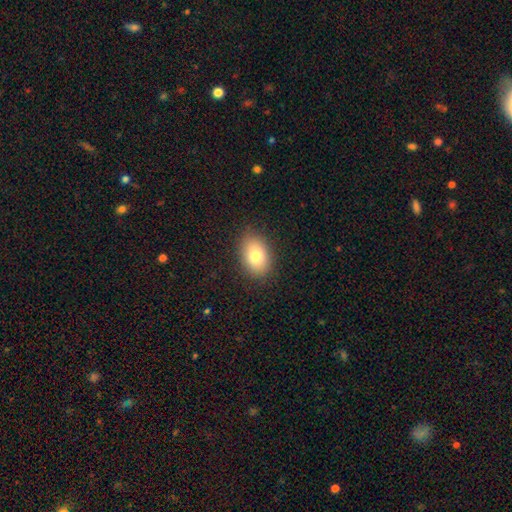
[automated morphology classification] A smooth galaxy with no disk features (80%) that is in between round and cigar-shaped (84%). Merging: none (86%).